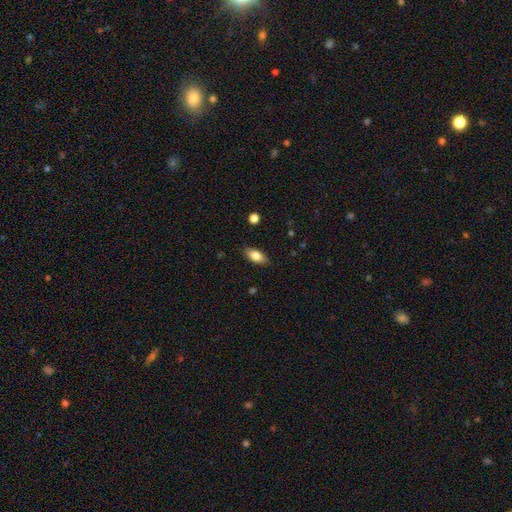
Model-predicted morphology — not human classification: Smooth or featured?
  - smooth: 79% *
  - featured or disk: 14%
  - star or artifact: 7%
How rounded?
  - in between: 85% *
  - cigar-shaped: 12%
  - round: 4%
Merging?
  - none: 86% *
  - minor disturbance: 11%
  - major disturbance: 2%
  - merger: 1%